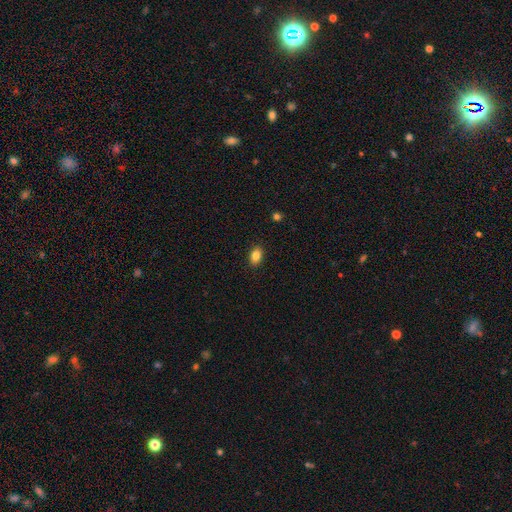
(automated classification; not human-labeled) A smooth galaxy with no disk features (85%) that is in between round and cigar-shaped (86%). Merging: none (89%).